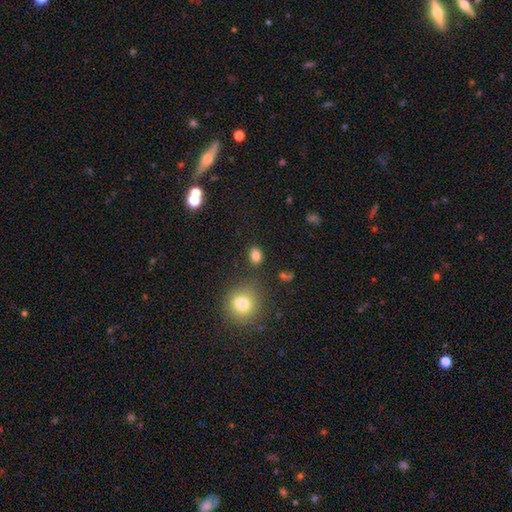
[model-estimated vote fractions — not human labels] Smooth or featured? smooth (81%)
How rounded? in between (65%)
Merging? none (80%)